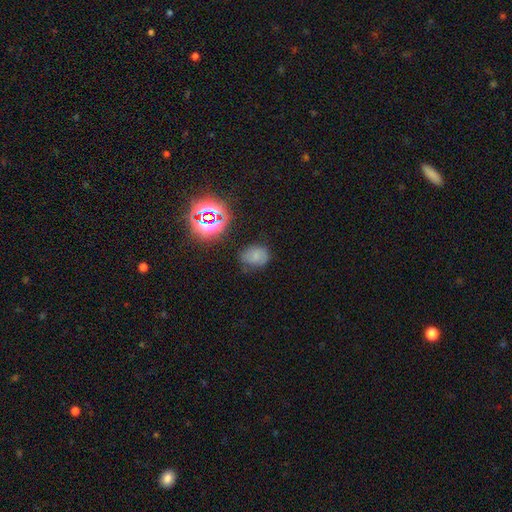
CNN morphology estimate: Smooth or featured? smooth (62%)
How rounded? in between (54%)
Merging? none (62%)